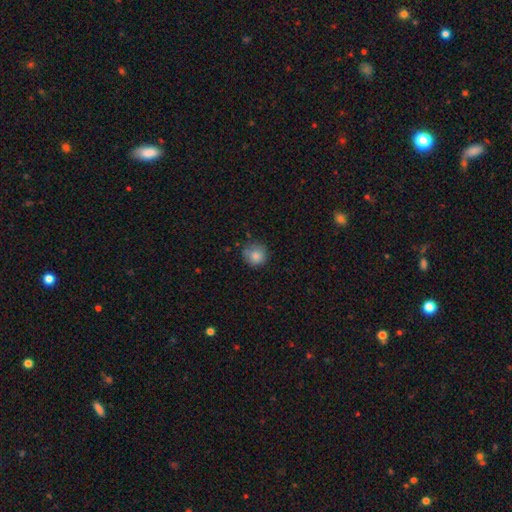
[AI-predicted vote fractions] smooth 84%, star or artifact 9%, featured or disk 7%. Down the decision tree: how rounded — round (92%); merging — none (74%).